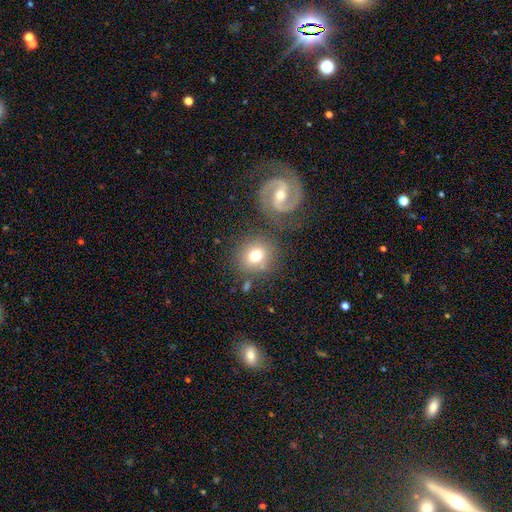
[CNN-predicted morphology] Q: Smooth or featured?
A: smooth (69%); runner-up: featured or disk (22%)
Q: How rounded?
A: round (82%); runner-up: in between (17%)
Q: Merging?
A: none (71%); runner-up: minor disturbance (12%)